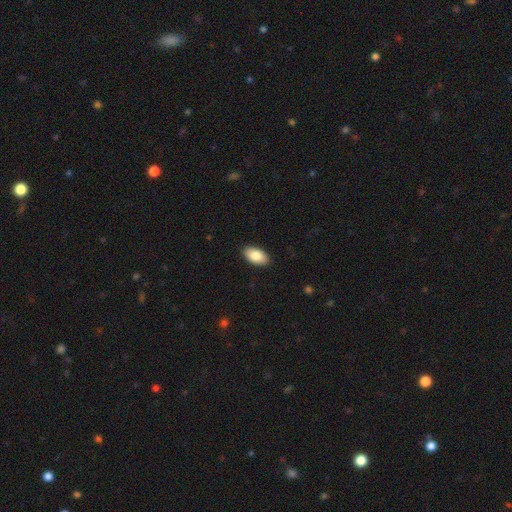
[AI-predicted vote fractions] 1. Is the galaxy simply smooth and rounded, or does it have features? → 86% smooth, 8% featured or disk, 6% star or artifact.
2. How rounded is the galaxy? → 95% in between, 3% round, 2% cigar-shaped.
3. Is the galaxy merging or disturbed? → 90% none, 8% minor disturbance, 2% major disturbance, 1% merger.